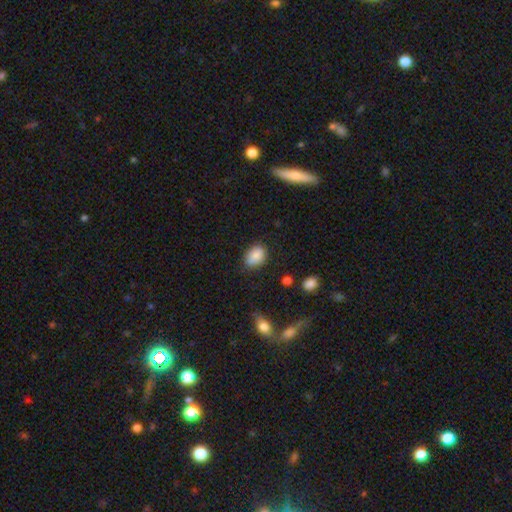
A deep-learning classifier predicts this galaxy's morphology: smooth_or_featured: smooth (p=0.86) [alt: star or artifact p=0.08]
how_rounded: in between (p=0.70) [alt: round p=0.29]
merging: none (p=0.72) [alt: minor disturbance p=0.21]